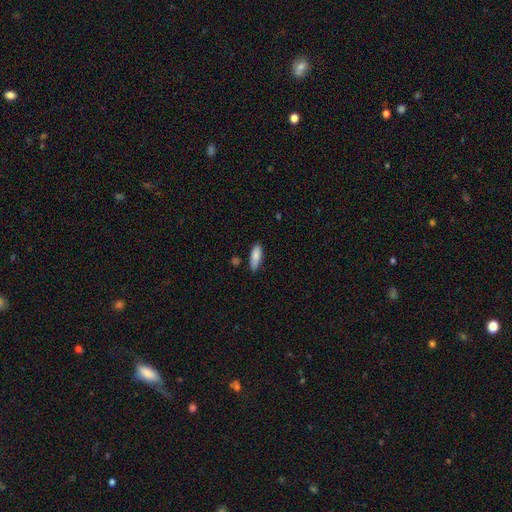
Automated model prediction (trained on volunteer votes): smooth_or_featured: smooth (p=0.86) [alt: featured or disk p=0.08]
how_rounded: in between (p=0.60) [alt: cigar-shaped p=0.39]
merging: none (p=0.79) [alt: minor disturbance p=0.15]